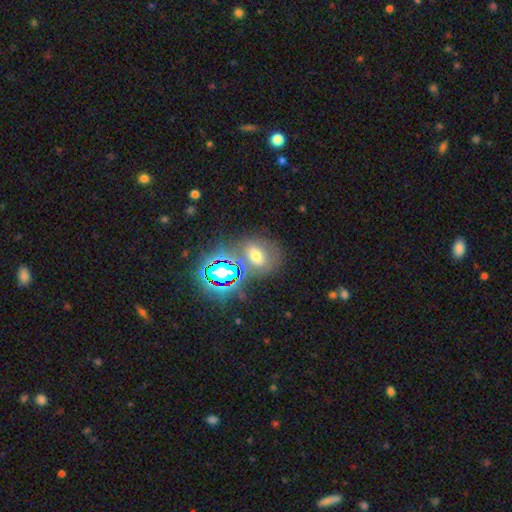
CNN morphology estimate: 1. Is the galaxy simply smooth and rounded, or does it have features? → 45% smooth, 34% star or artifact, 21% featured or disk.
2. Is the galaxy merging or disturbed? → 65% none, 15% minor disturbance, 11% merger, 9% major disturbance.